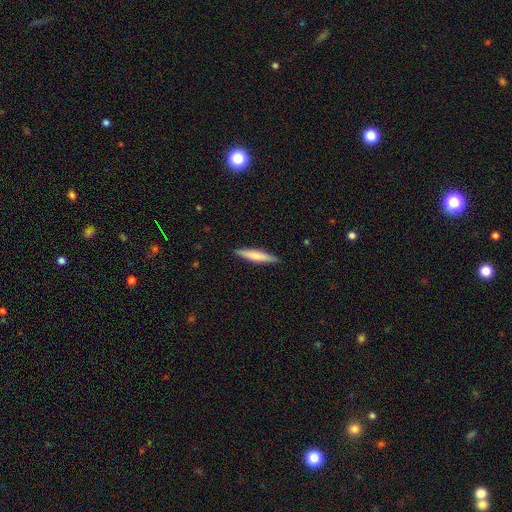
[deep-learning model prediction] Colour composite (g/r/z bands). It shows a smooth galaxy with no disk features (68%) that is cigar-shaped (91%). Merging: none (91%).